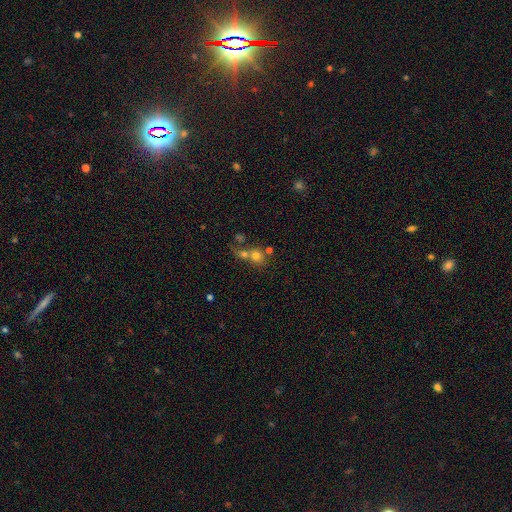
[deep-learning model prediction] Smooth or featured?
  - smooth: 68% *
  - featured or disk: 16%
  - star or artifact: 16%
How rounded?
  - round: 80% *
  - in between: 18%
  - cigar-shaped: 1%
Merging?
  - merger: 53% *
  - none: 34%
  - minor disturbance: 7%
  - major disturbance: 6%